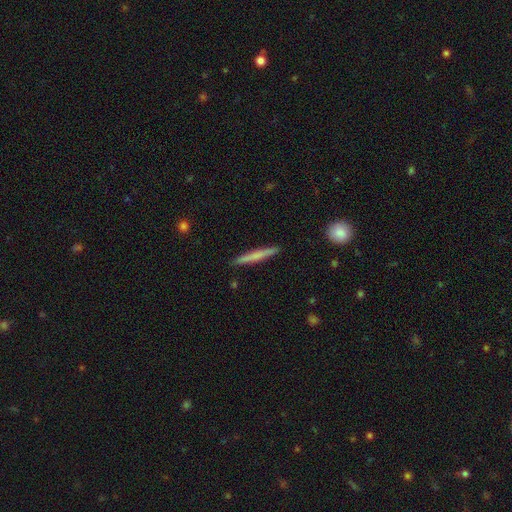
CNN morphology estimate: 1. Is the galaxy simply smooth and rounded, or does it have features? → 59% smooth, 36% featured or disk, 5% star or artifact.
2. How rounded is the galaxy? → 96% cigar-shaped, 2% in between, 2% round.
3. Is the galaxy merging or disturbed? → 91% none, 6% minor disturbance, 1% major disturbance, 1% merger.